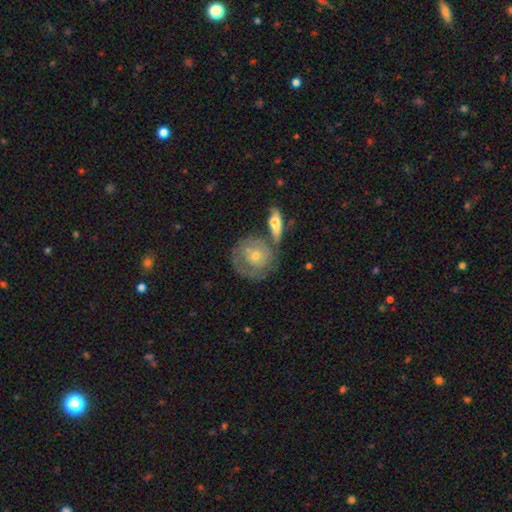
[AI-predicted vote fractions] The model was most divided on "bulge size": small: 54%, moderate: 41%, large: 2%, none: 2%, dominant: 1%. More confident: edge-on disk — no (93%); bar — no (85%); smooth or featured — featured or disk (62%); spiral arms — yes (58%); merging — none (57%).